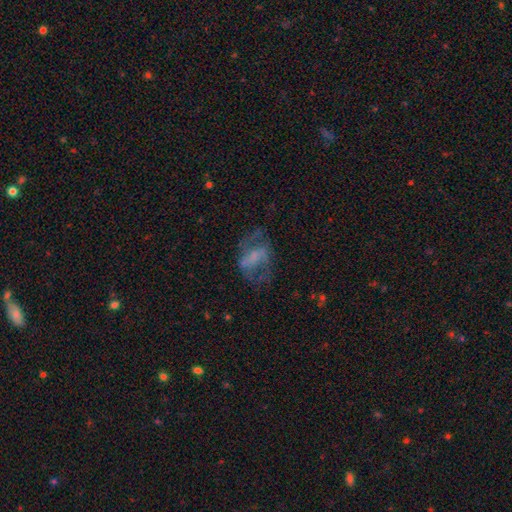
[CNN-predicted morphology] Overall: featured or disk (57%; smooth 30%). Edge-on disk: no (95%). Bar: no (37%; weak 34%). Spiral arms: no (52%; yes 48%). Bulge size: none (45%; small 31%). Merging: none (47%; major disturbance 31%).